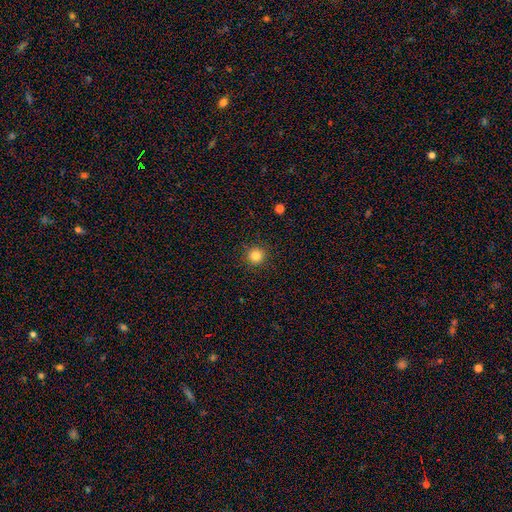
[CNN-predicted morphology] A smooth galaxy with no disk features (83%) that is round (95%). Merging: none (91%).